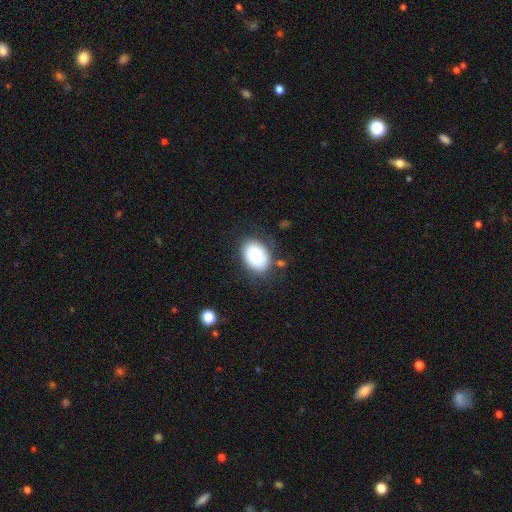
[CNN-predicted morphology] A smooth galaxy with no disk features (83%) that is in between round and cigar-shaped (82%).

Vote fractions:
- Smooth or featured? smooth: 83% / featured or disk: 10% / star or artifact: 7%
- How rounded? in between: 82% / round: 17% / cigar-shaped: 1%
- Merging? none: 76% / minor disturbance: 16% / major disturbance: 5% / merger: 3%